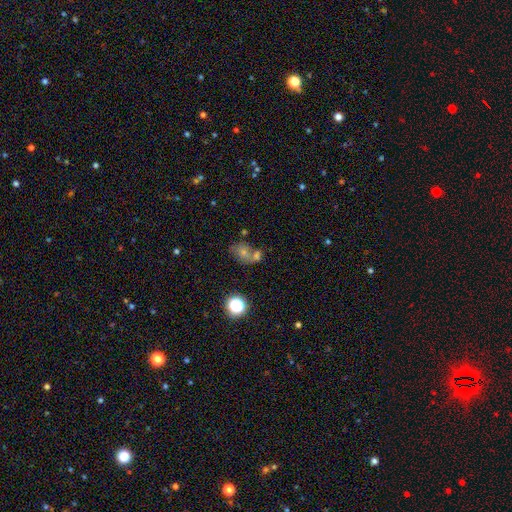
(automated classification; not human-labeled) Smooth or featured?
  - smooth: 55% *
  - star or artifact: 23%
  - featured or disk: 23%
How rounded?
  - in between: 62% *
  - round: 36%
  - cigar-shaped: 3%
Merging?
  - merger: 43% *
  - none: 39%
  - minor disturbance: 11%
  - major disturbance: 7%